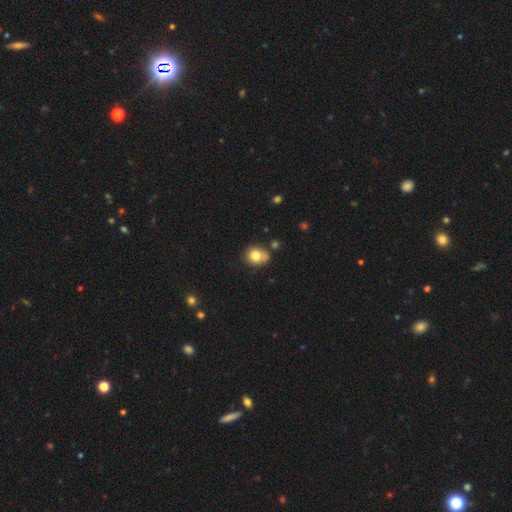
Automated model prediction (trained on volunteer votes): Smooth or featured?
  - smooth: 79% *
  - featured or disk: 11%
  - star or artifact: 10%
How rounded?
  - round: 68% *
  - in between: 31%
  - cigar-shaped: 1%
Merging?
  - none: 61% *
  - minor disturbance: 23%
  - merger: 10%
  - major disturbance: 6%